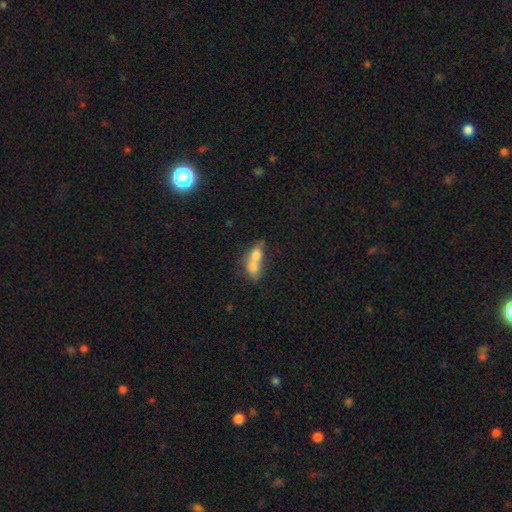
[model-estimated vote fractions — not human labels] smooth_or_featured: smooth (p=0.67) [alt: featured or disk p=0.23]
how_rounded: in between (p=0.63) [alt: round p=0.30]
merging: merger (p=0.74) [alt: none p=0.14]